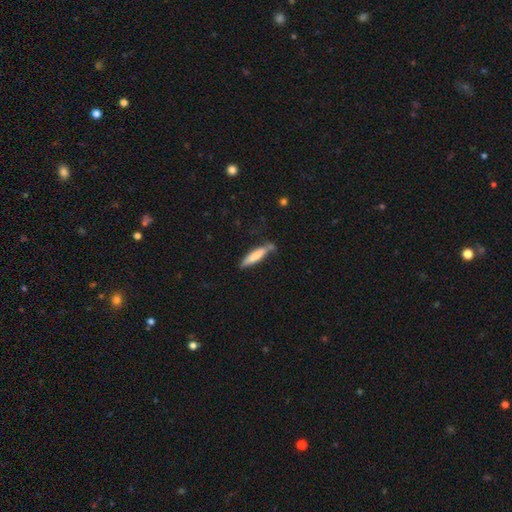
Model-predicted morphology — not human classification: Overall: smooth (71%). How rounded: cigar-shaped (82%). Merging: none (66%).